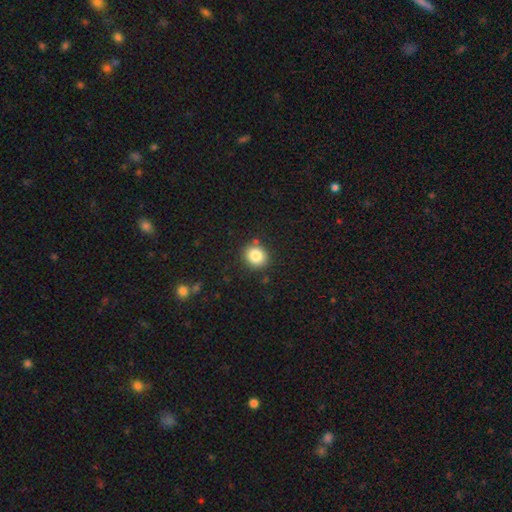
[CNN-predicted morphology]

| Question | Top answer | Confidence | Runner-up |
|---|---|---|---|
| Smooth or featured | smooth | 83% | star or artifact (11%) |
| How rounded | round | 79% | in between (20%) |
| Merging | none | 86% | minor disturbance (9%) |